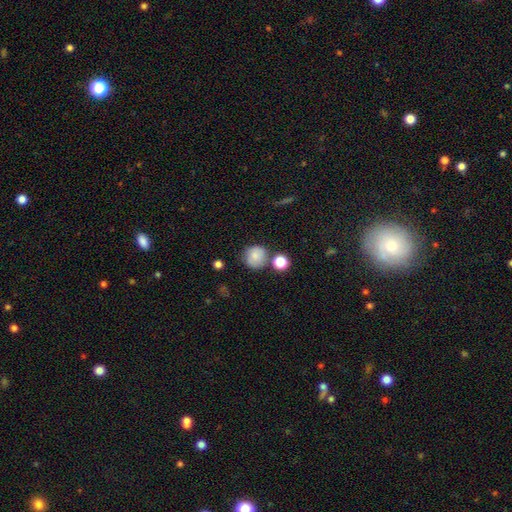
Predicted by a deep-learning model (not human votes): A smooth galaxy with no disk features (80%) that is round (90%). Merging: none (68%).